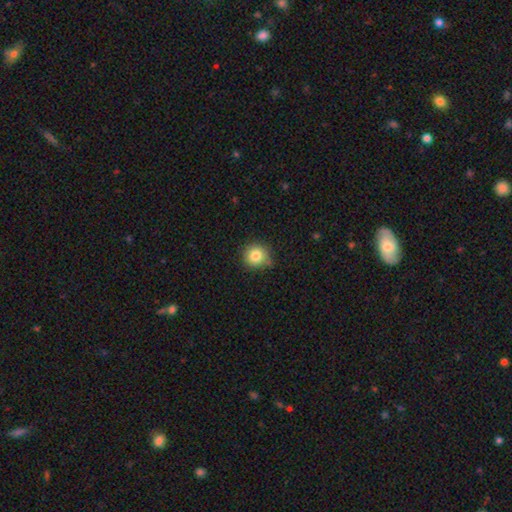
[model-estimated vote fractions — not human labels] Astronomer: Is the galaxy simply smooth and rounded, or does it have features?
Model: smooth — 83%.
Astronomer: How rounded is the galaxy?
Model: round — 93%.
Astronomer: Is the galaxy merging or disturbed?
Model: none — 76%.